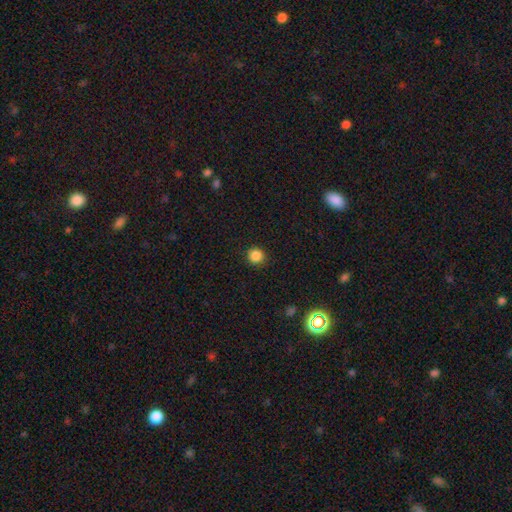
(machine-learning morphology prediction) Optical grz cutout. It shows a smooth galaxy with no disk features (85%) that is round (93%). Merging: none (91%).